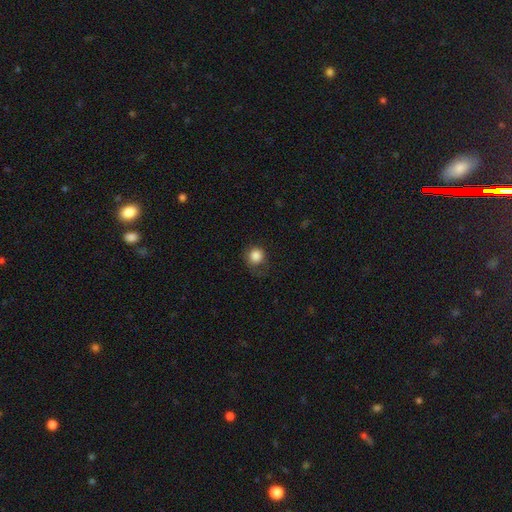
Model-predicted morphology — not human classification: This appears to be a smooth galaxy with no disk features (85%) that is round (89%). Merging: none (64%).